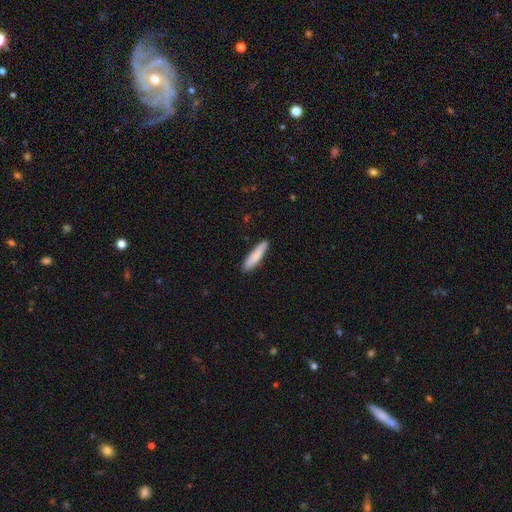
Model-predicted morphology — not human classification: smooth_or_featured: smooth (p=0.84) [alt: featured or disk p=0.11]
how_rounded: cigar-shaped (p=0.80) [alt: in between p=0.19]
merging: none (p=0.87) [alt: minor disturbance p=0.10]